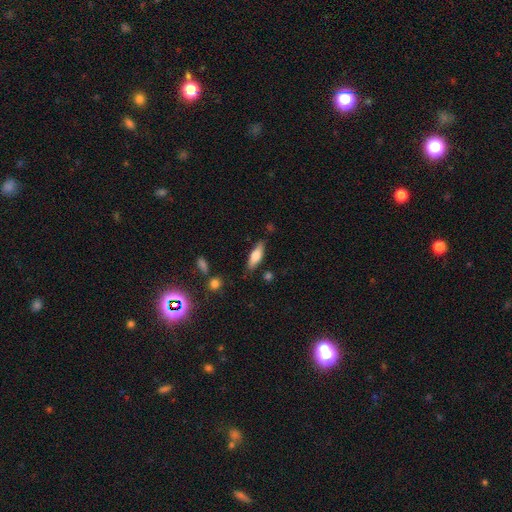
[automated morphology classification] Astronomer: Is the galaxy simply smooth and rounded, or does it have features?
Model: smooth — 65%.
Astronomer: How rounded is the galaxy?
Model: in between — 52% (runner-up: cigar-shaped, 46%).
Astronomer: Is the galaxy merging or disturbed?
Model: none — 81%.